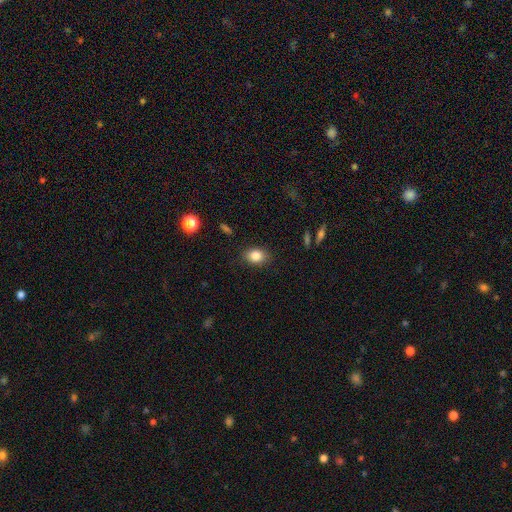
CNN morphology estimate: Smooth or featured: smooth — 84% (star or artifact — 9%)
How rounded: in between — 70% (round — 29%)
Merging: none — 84% (minor disturbance — 12%)